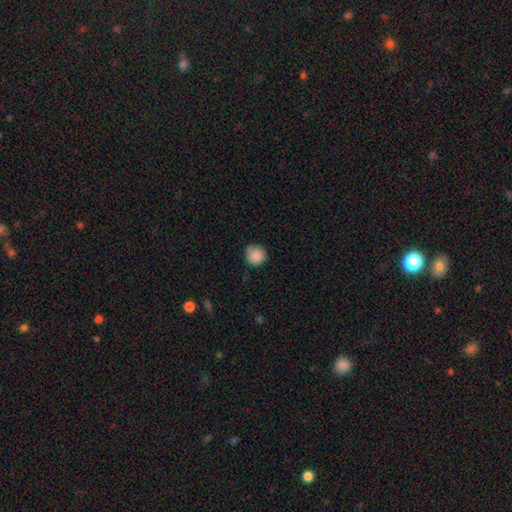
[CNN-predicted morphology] A smooth galaxy with no disk features (87%) that is round (93%). Merging: none (74%).